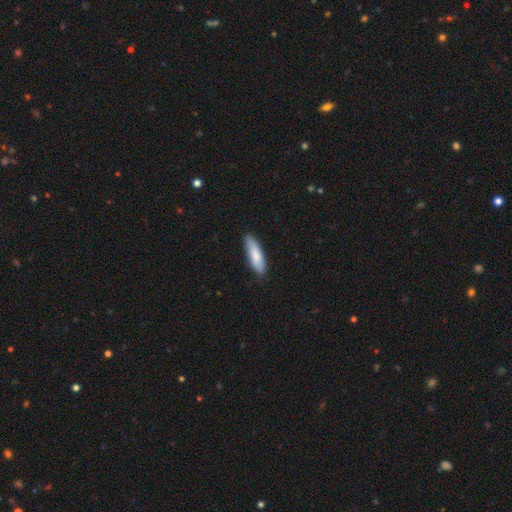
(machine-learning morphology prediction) Smooth or featured? Predicted: smooth (p=0.82). How rounded? Predicted: cigar-shaped (p=0.59). Merging? Predicted: none (p=0.82).